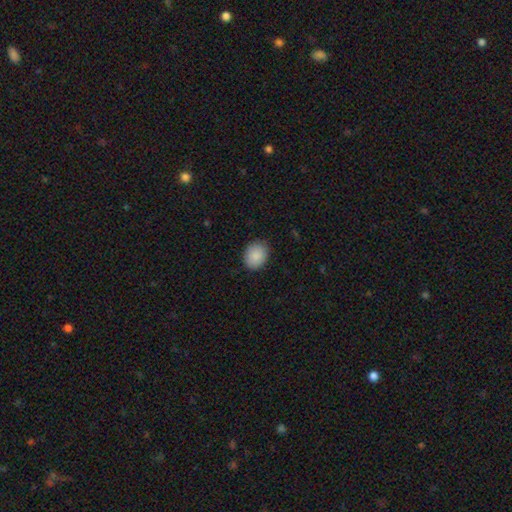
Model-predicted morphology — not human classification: This appears to be a smooth galaxy with no disk features (89%) that is round (52%). Merging: none (85%).